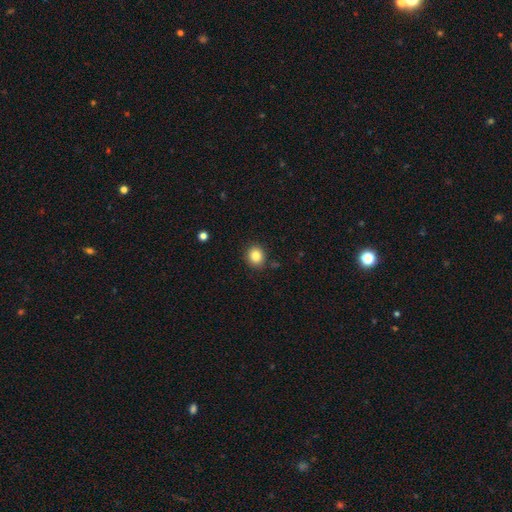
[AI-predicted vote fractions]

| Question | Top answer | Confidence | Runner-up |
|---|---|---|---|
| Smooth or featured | smooth | 85% | star or artifact (10%) |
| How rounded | round | 81% | in between (18%) |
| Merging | none | 88% | minor disturbance (8%) |